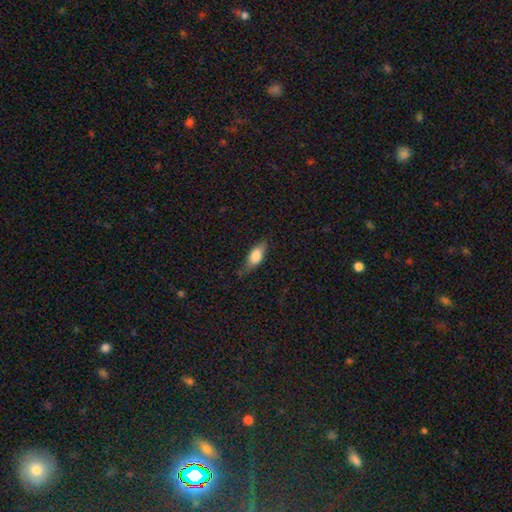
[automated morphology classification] type=smooth (76%); roundness=in between (77%); merging=none (66%).